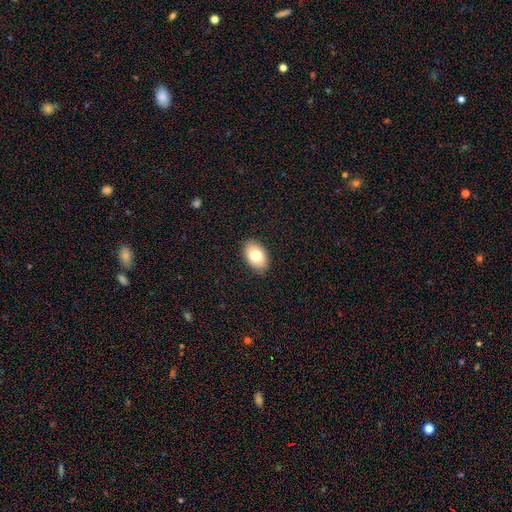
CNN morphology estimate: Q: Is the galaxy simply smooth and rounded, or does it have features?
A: smooth — 78%.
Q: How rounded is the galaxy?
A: in between — 88%.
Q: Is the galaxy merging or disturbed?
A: none — 88%.